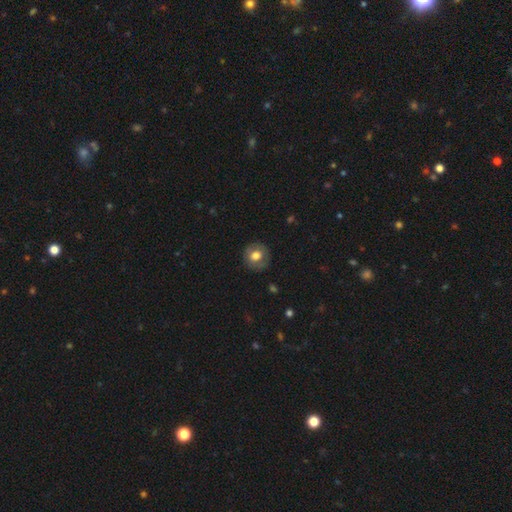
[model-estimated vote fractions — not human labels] This appears to be a smooth galaxy with no disk features (66%) that is round (89%). Merging: none (85%).